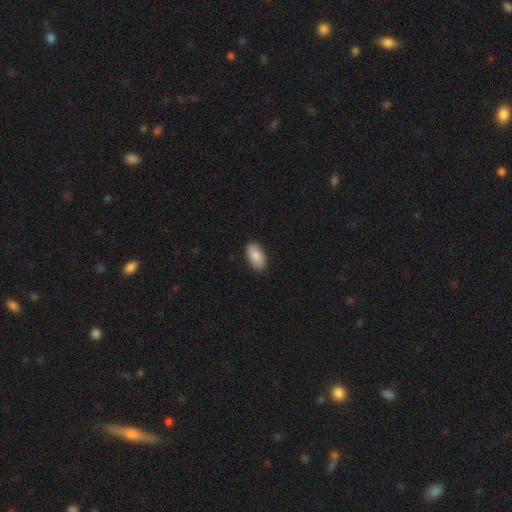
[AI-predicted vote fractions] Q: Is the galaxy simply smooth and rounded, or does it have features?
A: smooth — 86%.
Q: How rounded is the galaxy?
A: in between — 95%.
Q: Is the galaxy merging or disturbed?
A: none — 89%.